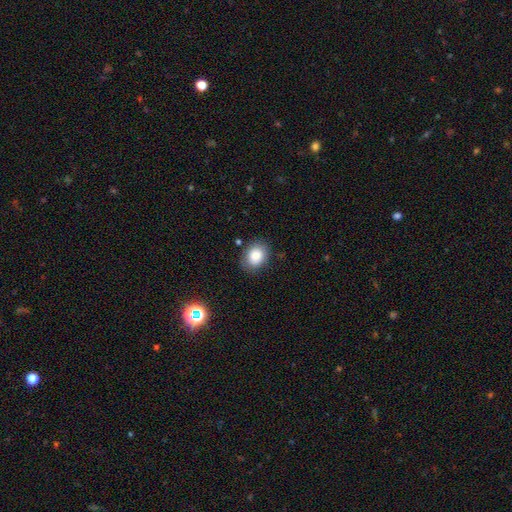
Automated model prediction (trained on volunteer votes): smooth-or-featured: smooth: 83% | star or artifact: 9% | featured or disk: 8%
  how-rounded: in between: 56% | round: 43% | cigar-shaped: 1%
  merging: none: 79% | minor disturbance: 15% | major disturbance: 4% | merger: 2%